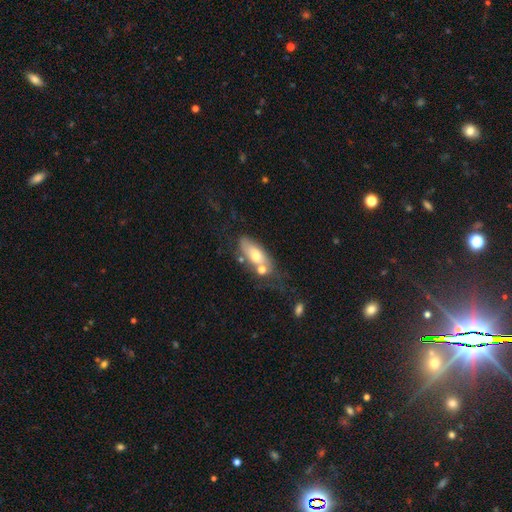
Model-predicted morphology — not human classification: smooth 61%, featured or disk 31%, star or artifact 8%. Down the decision tree: how rounded — in between (77%); merging — none (44%).